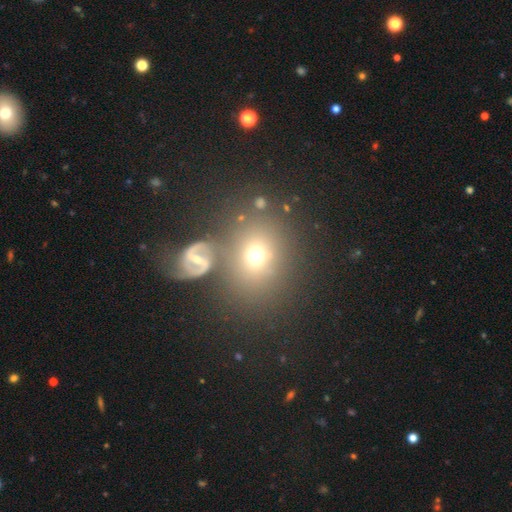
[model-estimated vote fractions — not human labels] Smooth or featured?
  - smooth: 63% *
  - featured or disk: 23%
  - star or artifact: 14%
How rounded?
  - round: 63% *
  - in between: 35%
  - cigar-shaped: 1%
Merging?
  - none: 66% *
  - merger: 14%
  - minor disturbance: 14%
  - major disturbance: 6%